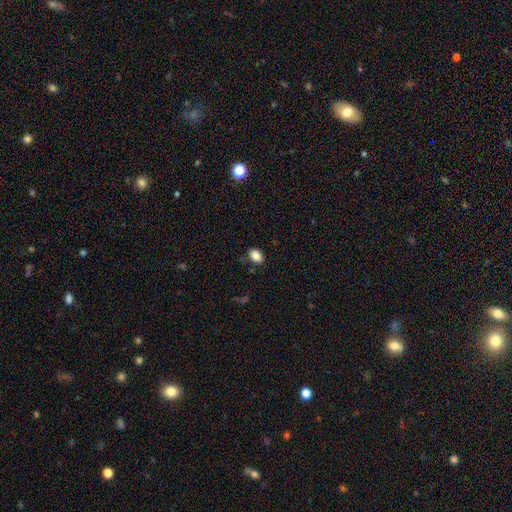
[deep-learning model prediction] A smooth galaxy with no disk features (85%) that is in between round and cigar-shaped (82%). Merging: none (83%).